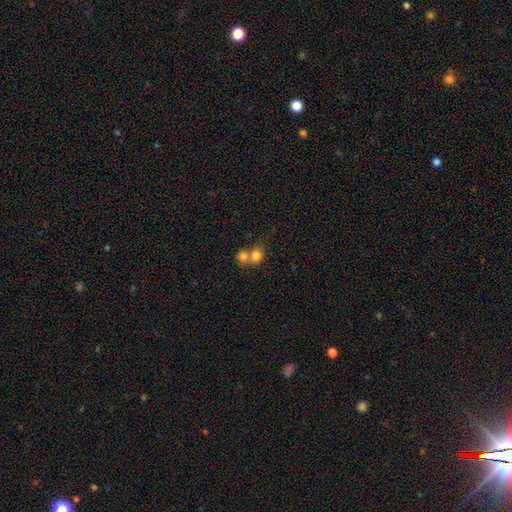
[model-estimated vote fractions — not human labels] Q: Smooth or featured?
A: smooth (78%); runner-up: featured or disk (11%)
Q: How rounded?
A: round (69%); runner-up: in between (30%)
Q: Merging?
A: merger (62%); runner-up: none (29%)